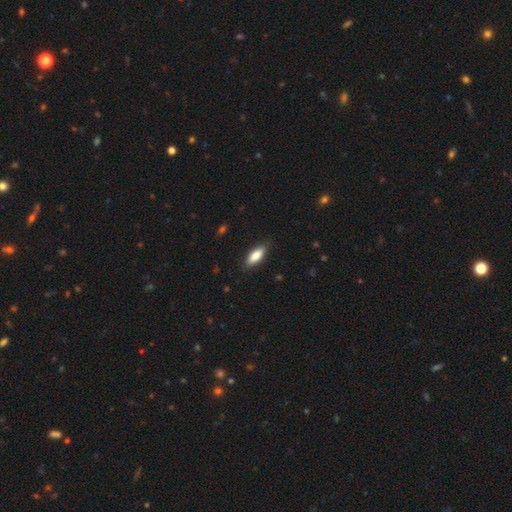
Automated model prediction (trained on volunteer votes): smooth 83%, featured or disk 11%, star or artifact 6%. Down the decision tree: how rounded — in between (72%); merging — none (82%).